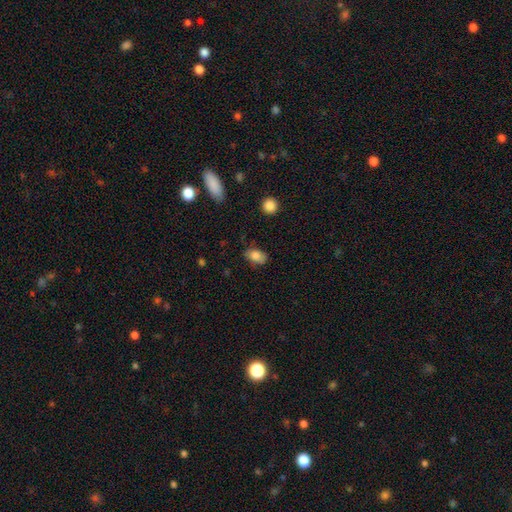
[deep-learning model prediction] Morphology: type=smooth (83%); roundness=in between (87%); merging=none (80%).